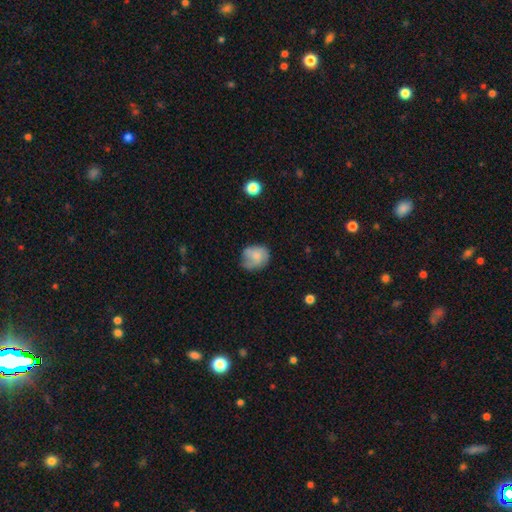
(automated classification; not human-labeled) smooth-or-featured: smooth: 62% | featured or disk: 29% | star or artifact: 8%
  how-rounded: round: 65% | in between: 34% | cigar-shaped: 1%
  merging: none: 55% | minor disturbance: 30% | major disturbance: 13% | merger: 2%